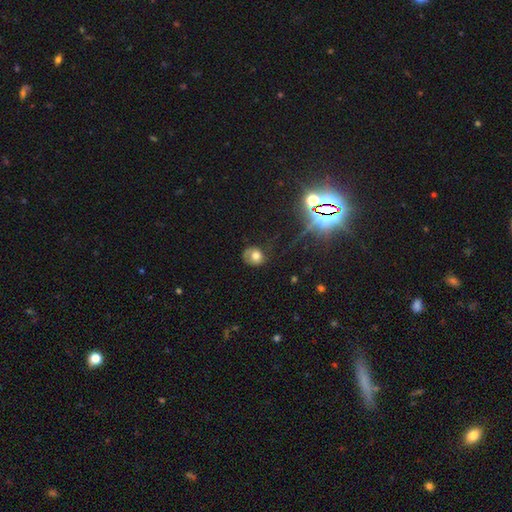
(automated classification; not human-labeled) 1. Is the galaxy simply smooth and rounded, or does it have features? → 67% smooth, 19% featured or disk, 14% star or artifact.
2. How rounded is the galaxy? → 69% round, 30% in between, 1% cigar-shaped.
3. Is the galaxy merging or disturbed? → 53% none, 28% minor disturbance, 16% major disturbance, 3% merger.